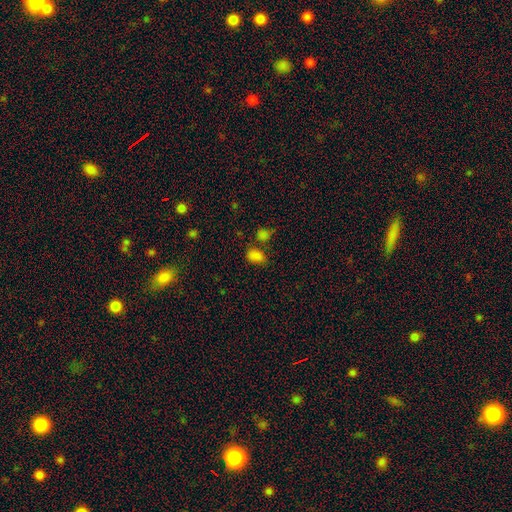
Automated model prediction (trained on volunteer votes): A smooth galaxy with no disk features (78%) that is in between round and cigar-shaped (86%). Merging: none (60%).